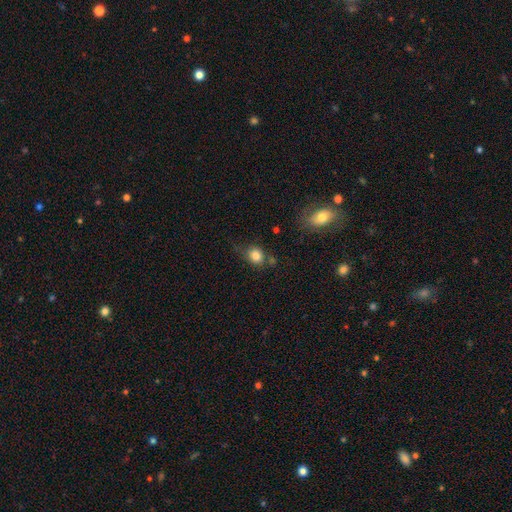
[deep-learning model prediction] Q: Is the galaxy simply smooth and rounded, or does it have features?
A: smooth — 81%.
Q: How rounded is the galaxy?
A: round — 68%.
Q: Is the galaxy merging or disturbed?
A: none — 63%.